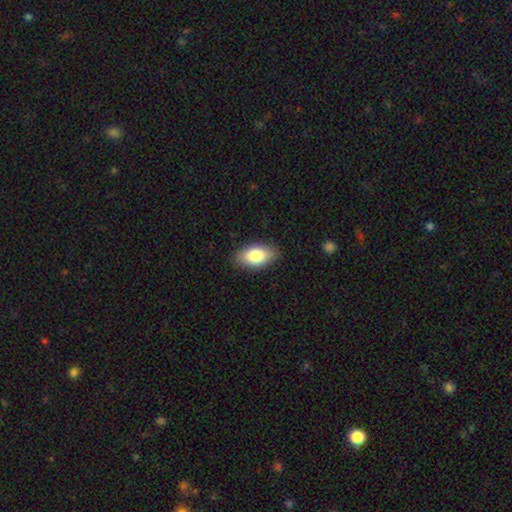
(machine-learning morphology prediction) smooth-or-featured: smooth: 83% | featured or disk: 10% | star or artifact: 7%
  how-rounded: in between: 93% | round: 4% | cigar-shaped: 3%
  merging: none: 86% | minor disturbance: 11% | major disturbance: 2% | merger: 1%